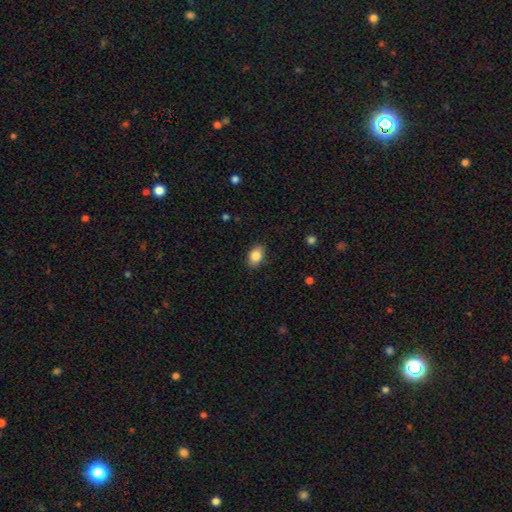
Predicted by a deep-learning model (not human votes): Smooth or featured? Predicted: smooth (p=0.85). How rounded? Predicted: in between (p=0.84). Merging? Predicted: none (p=0.85).